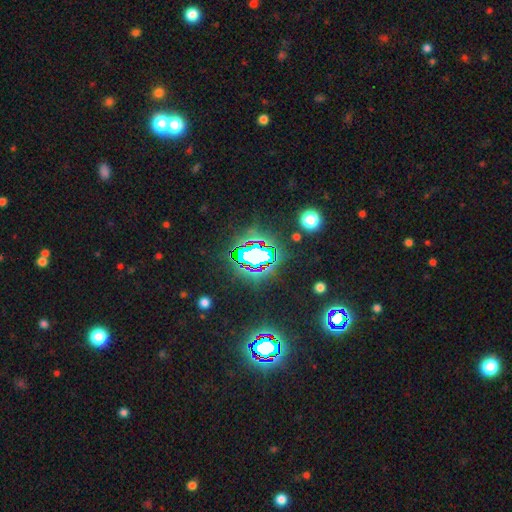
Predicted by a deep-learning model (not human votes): The model was most divided on "smooth or featured": star or artifact: 72%, smooth: 16%, featured or disk: 11%.